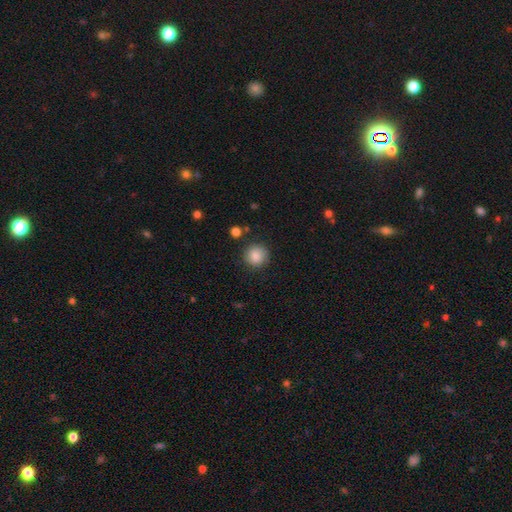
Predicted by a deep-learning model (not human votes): Smooth or featured? Predicted: smooth (p=0.84). How rounded? Predicted: round (p=0.91). Merging? Predicted: none (p=0.85).